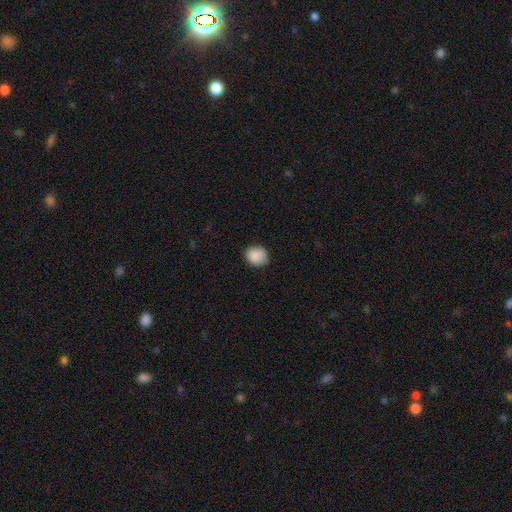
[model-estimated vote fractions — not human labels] A smooth galaxy with no disk features (89%) that is round (75%). Merging: none (82%).